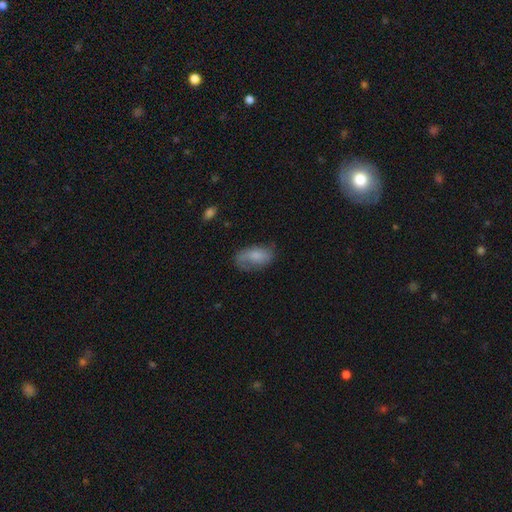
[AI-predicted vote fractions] smooth-or-featured: smooth: 60% | featured or disk: 32% | star or artifact: 8%
  how-rounded: in between: 91% | round: 6% | cigar-shaped: 3%
  merging: none: 55% | minor disturbance: 28% | major disturbance: 15% | merger: 2%